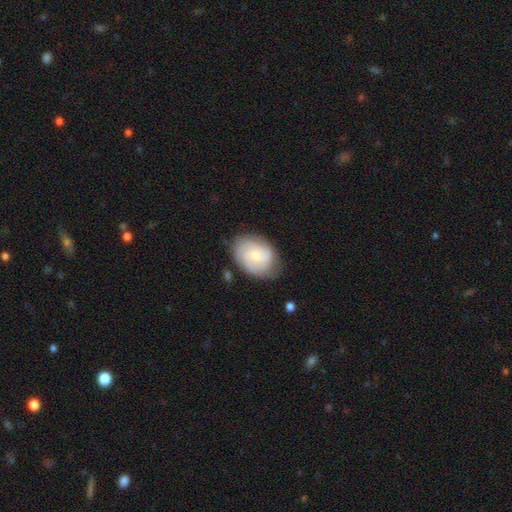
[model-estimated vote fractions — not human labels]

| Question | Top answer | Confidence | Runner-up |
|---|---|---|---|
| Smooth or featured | featured or disk | 60% | smooth (34%) |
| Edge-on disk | no | 97% | yes (3%) |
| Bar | no | 69% | weak (28%) |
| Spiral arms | yes | 91% | no (9%) |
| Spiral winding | tight | 60% | medium (31%) |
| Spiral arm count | can't tell | 35% | 2 (24%) |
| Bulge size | small | 66% | moderate (26%) |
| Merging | none | 74% | minor disturbance (19%) |